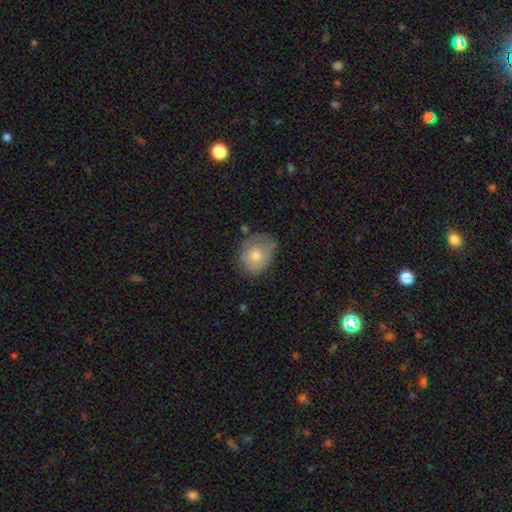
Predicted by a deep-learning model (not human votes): This appears to be a smooth galaxy with no disk features (64%) that is round (52%). Merging: none (55%).